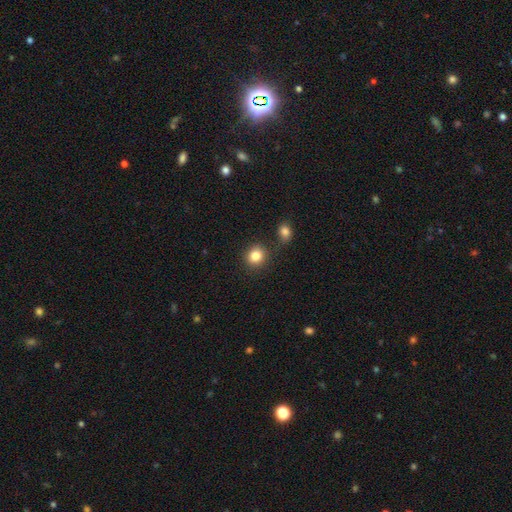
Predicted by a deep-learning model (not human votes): smooth_or_featured: smooth (p=0.84) [alt: star or artifact p=0.11]
how_rounded: round (p=0.84) [alt: in between p=0.15]
merging: none (p=0.79) [alt: minor disturbance p=0.09]